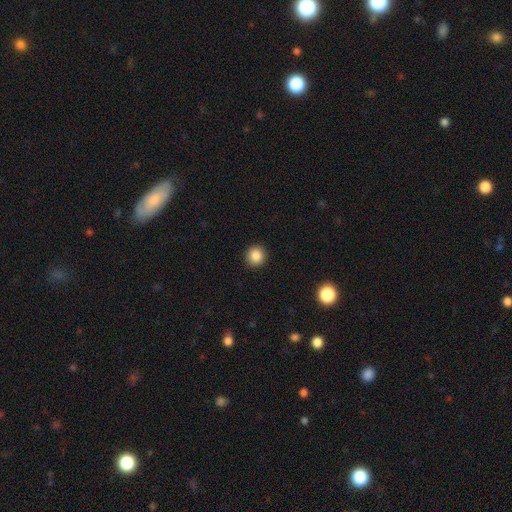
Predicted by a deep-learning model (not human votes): smooth 87%, star or artifact 10%, featured or disk 3%. Down the decision tree: how rounded — round (90%); merging — none (91%).